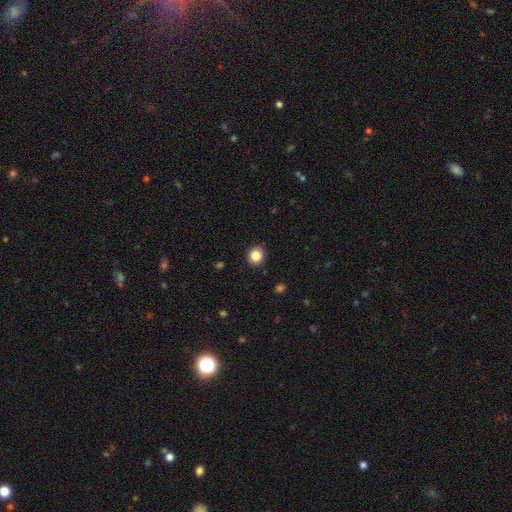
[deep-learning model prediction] smooth-or-featured: smooth: 85% | star or artifact: 10% | featured or disk: 5%
  how-rounded: round: 74% | in between: 25% | cigar-shaped: 1%
  merging: none: 90% | minor disturbance: 7% | major disturbance: 2% | merger: 1%